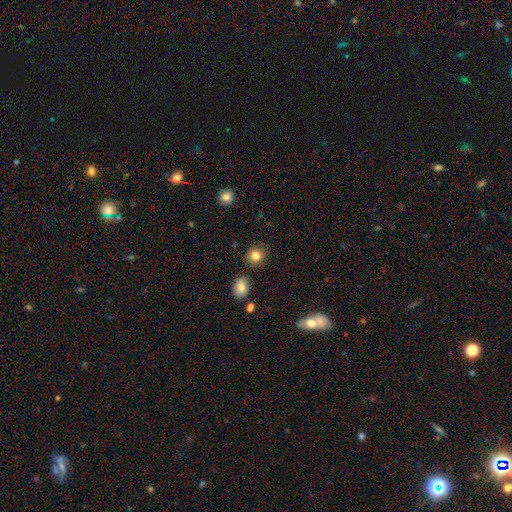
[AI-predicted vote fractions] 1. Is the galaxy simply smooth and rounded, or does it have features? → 83% smooth, 10% star or artifact, 7% featured or disk.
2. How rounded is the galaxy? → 80% round, 19% in between, 1% cigar-shaped.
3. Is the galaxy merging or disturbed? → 85% none, 9% minor disturbance, 3% merger, 2% major disturbance.